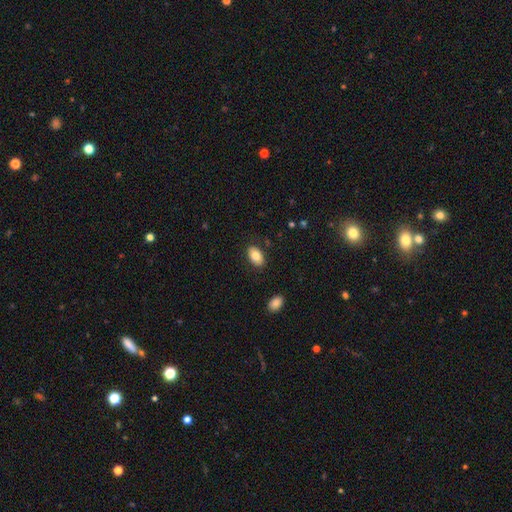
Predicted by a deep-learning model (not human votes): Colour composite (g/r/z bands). It shows a smooth galaxy with no disk features (80%) that is in between round and cigar-shaped (92%). Merging: none (86%).